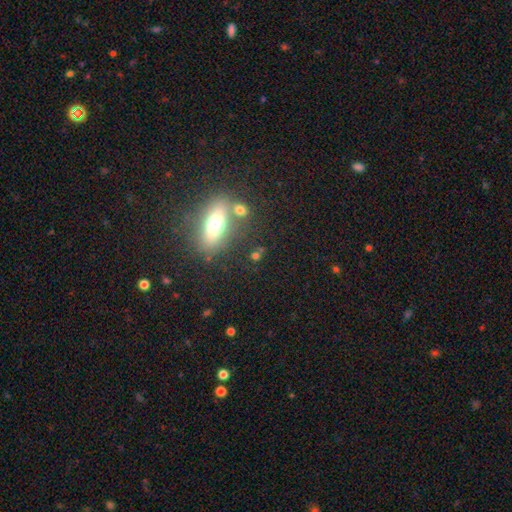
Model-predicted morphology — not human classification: This is possibly a smooth galaxy (59%). How rounded: marginally in between (43%). Merging: likely none (68%).